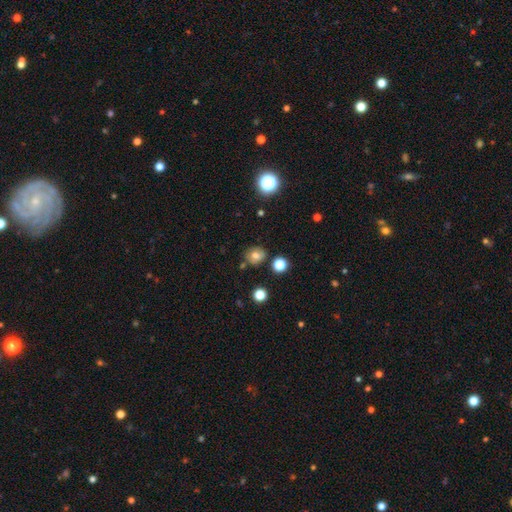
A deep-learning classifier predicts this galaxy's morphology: A smooth galaxy with no disk features (72%) that is round (74%). Merging: none (78%).